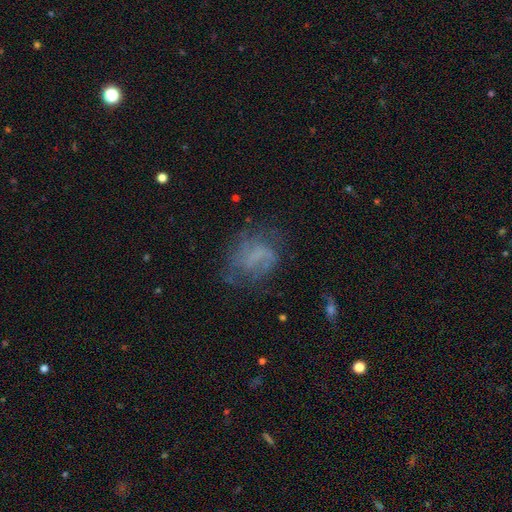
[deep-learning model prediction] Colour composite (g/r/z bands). It shows a featured or disk galaxy (45%). Merging: none (52%).